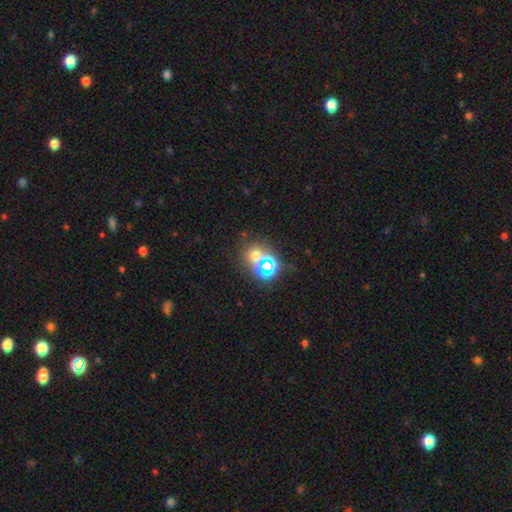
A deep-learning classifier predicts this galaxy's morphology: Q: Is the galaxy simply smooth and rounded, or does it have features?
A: star or artifact — 47%.